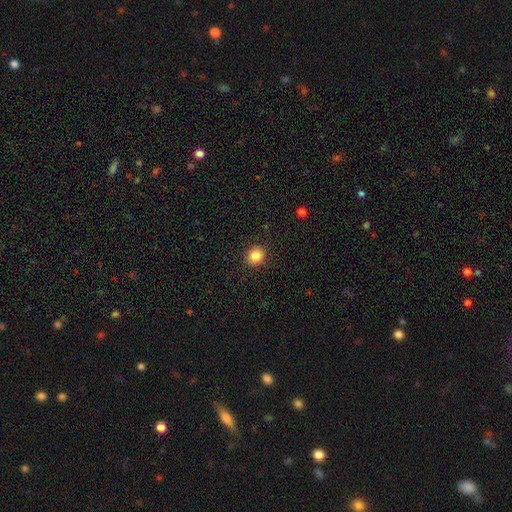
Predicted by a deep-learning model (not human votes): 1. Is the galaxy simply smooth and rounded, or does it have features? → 84% smooth, 11% star or artifact, 5% featured or disk.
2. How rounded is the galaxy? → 85% round, 14% in between, 1% cigar-shaped.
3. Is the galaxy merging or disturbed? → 91% none, 6% minor disturbance, 2% major disturbance, 1% merger.